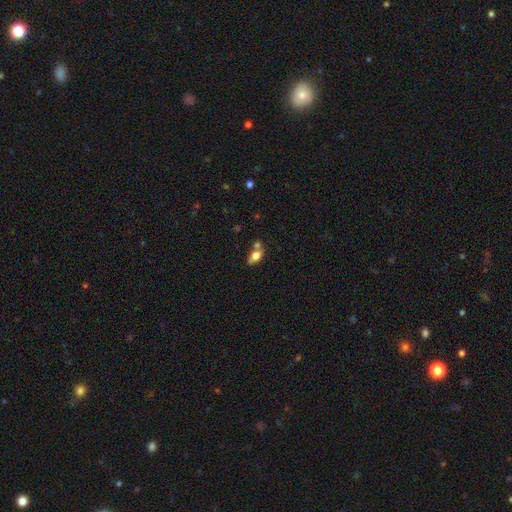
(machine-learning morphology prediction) This is likely a smooth galaxy (69%). How rounded: clearly in between (83%). Merging: possibly none (46%).